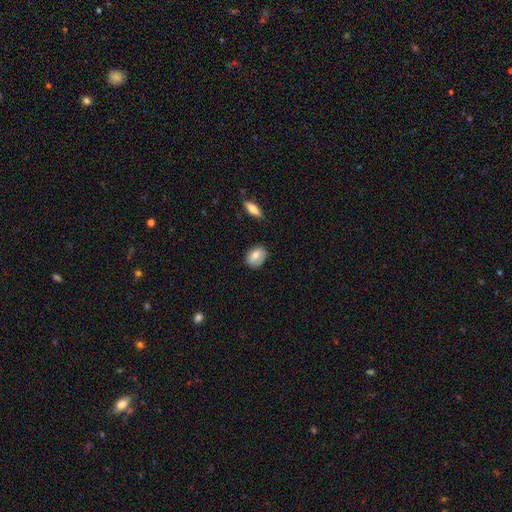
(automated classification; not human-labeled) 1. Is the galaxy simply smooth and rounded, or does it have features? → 79% smooth, 14% featured or disk, 7% star or artifact.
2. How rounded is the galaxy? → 76% in between, 22% round, 2% cigar-shaped.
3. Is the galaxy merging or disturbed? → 77% none, 18% minor disturbance, 3% major disturbance, 2% merger.